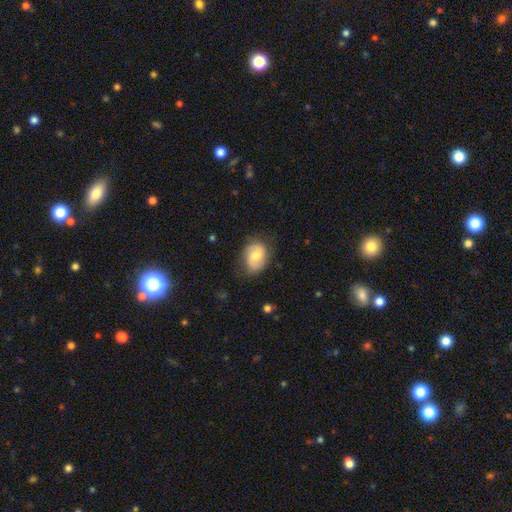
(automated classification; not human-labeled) This appears to be a smooth galaxy with no disk features (54%) that is in between round and cigar-shaped (63%). Merging: none (75%).